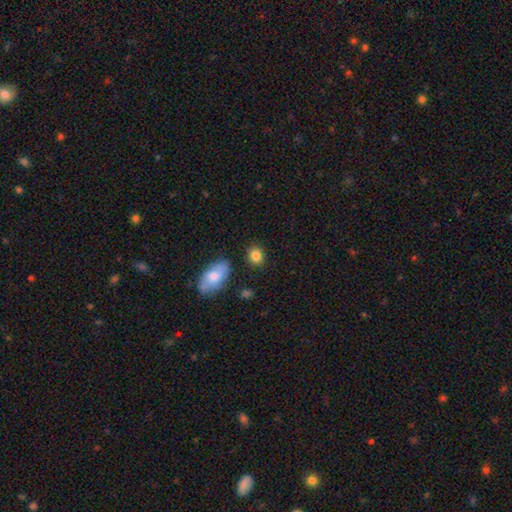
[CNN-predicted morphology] smooth 85%, star or artifact 9%, featured or disk 6%. Down the decision tree: how rounded — round (52%); merging — none (84%).